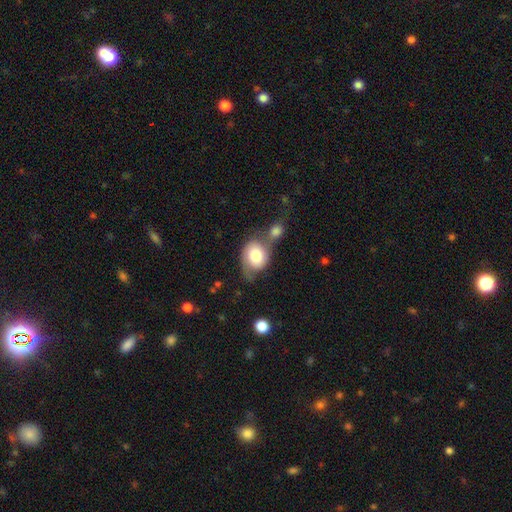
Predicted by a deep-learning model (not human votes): Morphology: type=smooth (67%); roundness=in between (58%); merging=merger (40%).